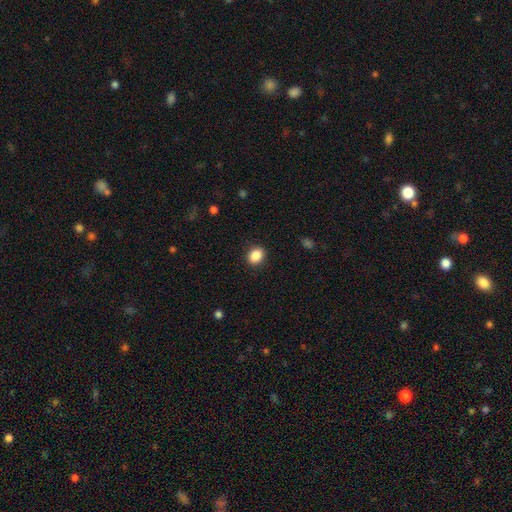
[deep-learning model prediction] Smooth or featured? Predicted: smooth (p=0.88). How rounded? Predicted: in between (p=0.52). Merging? Predicted: none (p=0.89).